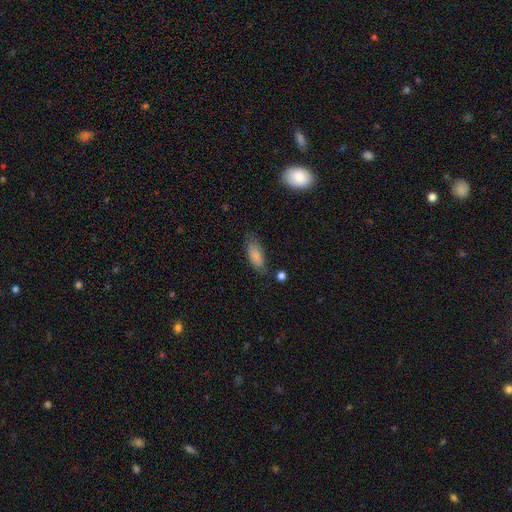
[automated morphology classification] smooth 83%, featured or disk 11%, star or artifact 7%. Down the decision tree: how rounded — in between (83%); merging — none (66%).